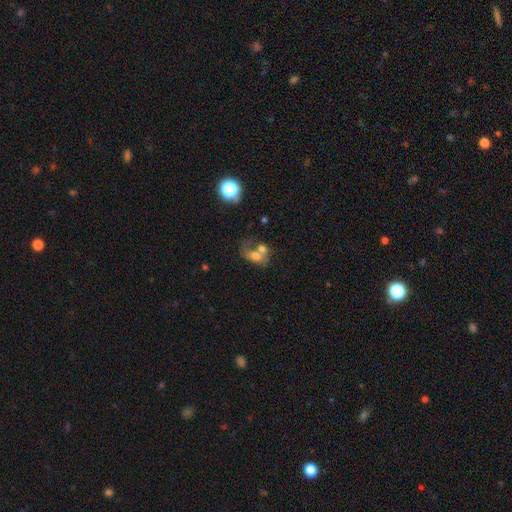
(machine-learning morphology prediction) Smooth or featured: smooth — 58% (featured or disk — 28%)
How rounded: in between — 68% (round — 29%)
Merging: merger — 60% (none — 19%)